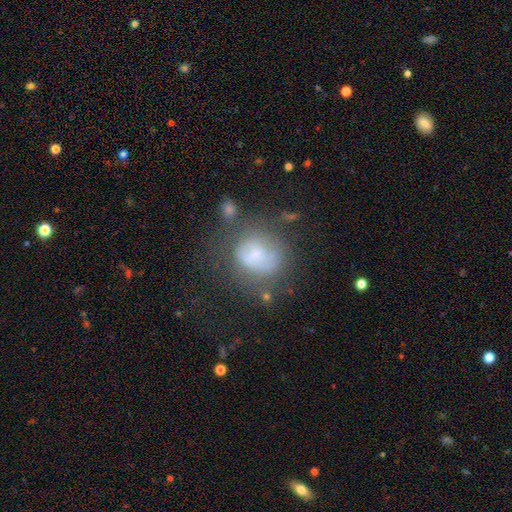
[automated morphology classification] A smooth galaxy with no disk features (53%) that is round (66%).

Vote fractions:
- Smooth or featured? smooth: 53% / featured or disk: 36% / star or artifact: 12%
- How rounded? round: 66% / in between: 33% / cigar-shaped: 1%
- Merging? none: 41% / major disturbance: 26% / minor disturbance: 24% / merger: 10%